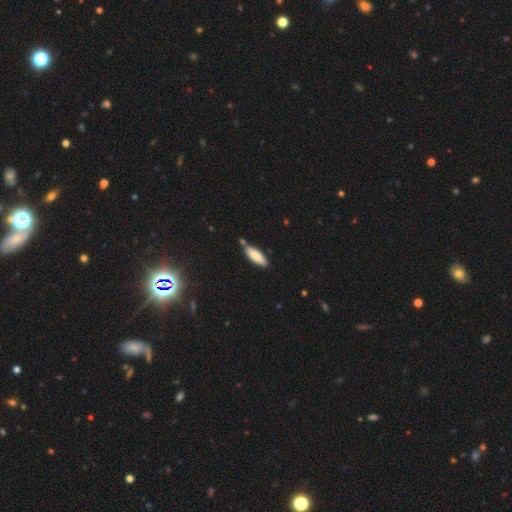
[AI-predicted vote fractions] Smooth or featured?
  - smooth: 84% *
  - featured or disk: 10%
  - star or artifact: 6%
How rounded?
  - in between: 50% *
  - cigar-shaped: 49%
  - round: 1%
Merging?
  - none: 76% *
  - minor disturbance: 15%
  - merger: 7%
  - major disturbance: 3%